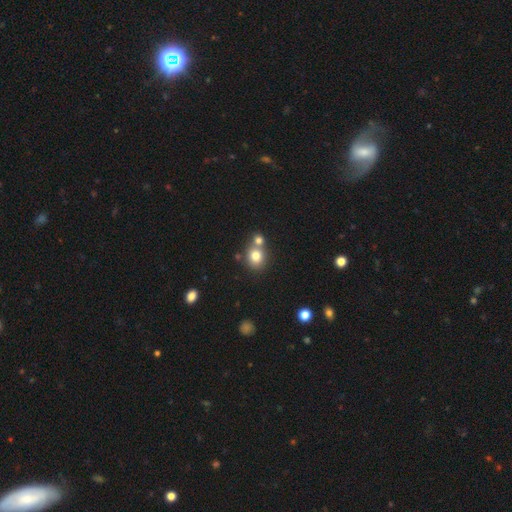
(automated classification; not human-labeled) This appears to be a smooth galaxy with no disk features (78%) that is round (75%). Merging: none (50%).